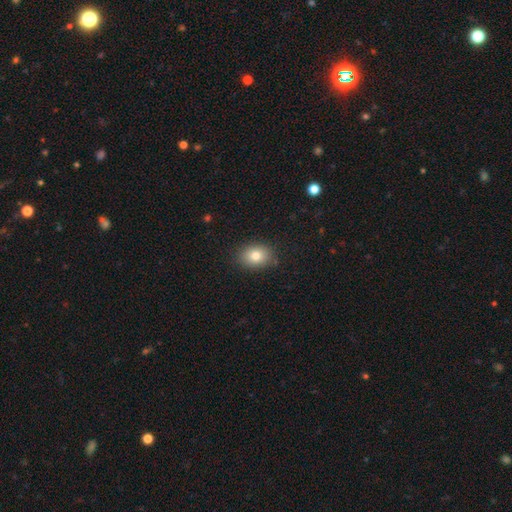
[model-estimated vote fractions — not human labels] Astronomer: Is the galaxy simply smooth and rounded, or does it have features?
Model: smooth — 81%.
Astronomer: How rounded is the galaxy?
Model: in between — 60% (runner-up: round, 39%).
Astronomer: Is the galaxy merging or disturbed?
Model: none — 86%.